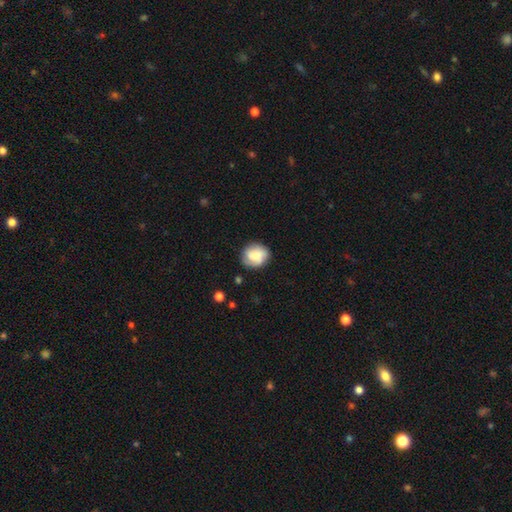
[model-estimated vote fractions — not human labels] Overall: smooth (63%; featured or disk 29%). How rounded: round (74%). Merging: none (76%).